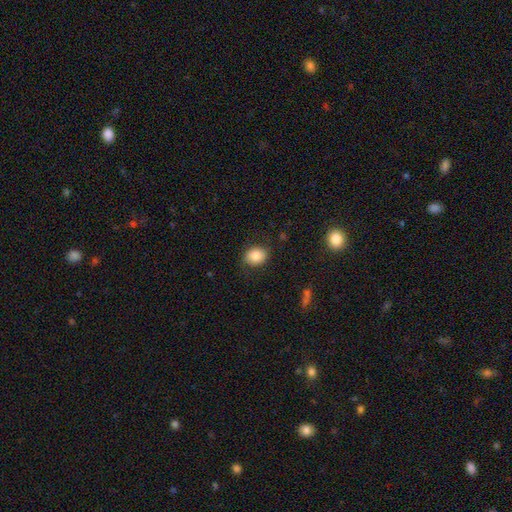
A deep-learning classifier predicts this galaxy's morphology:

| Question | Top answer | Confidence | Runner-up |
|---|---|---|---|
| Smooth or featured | smooth | 83% | star or artifact (9%) |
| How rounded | in between | 50% | round (49%) |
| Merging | none | 82% | minor disturbance (13%) |